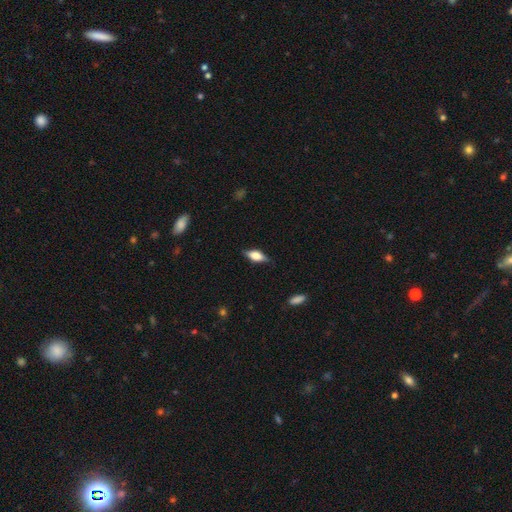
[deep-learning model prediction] A smooth galaxy with no disk features (50%) that is in between round and cigar-shaped (73%). Merging: none (82%).